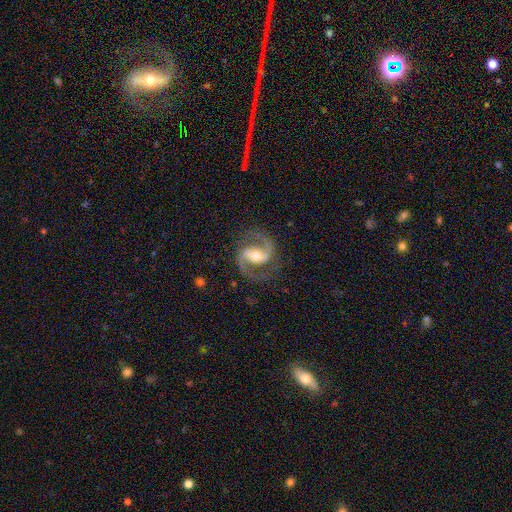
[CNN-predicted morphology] A featured or disk galaxy (93%) with a weak bar (42%), 2 (94%) medium (67%) spiral arms (98%) and a moderate central bulge (70%).

Vote fractions:
- Smooth or featured? featured or disk: 93% / star or artifact: 4% / smooth: 3%
- Edge-on disk? no: 98% / yes: 2%
- Bar? weak: 42% / strong: 37% / no: 22%
- Spiral arms? yes: 98% / no: 2%
- Spiral winding? medium: 67% / loose: 19% / tight: 14%
- Spiral arm count? 2: 94% / 1: 1% / can't tell: 1% / 3: 1% / 4: 1% / more than 4: 1%
- Bulge size? moderate: 70% / small: 22% / large: 6% / none: 1% / dominant: 1%
- Merging? none: 83% / minor disturbance: 11% / major disturbance: 5% / merger: 1%